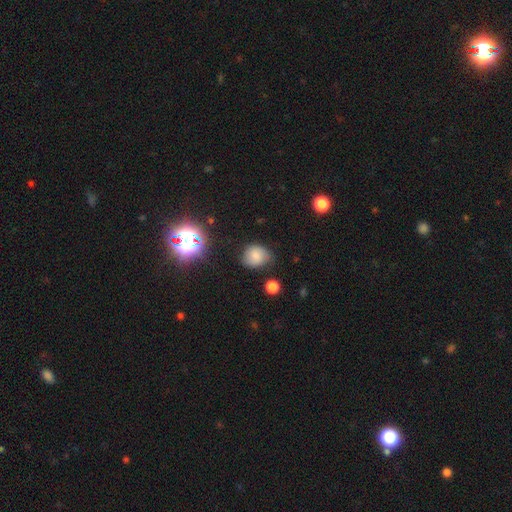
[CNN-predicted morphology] smooth_or_featured: smooth (p=0.74) [alt: star or artifact p=0.14]
how_rounded: round (p=0.58) [alt: in between p=0.41]
merging: none (p=0.67) [alt: minor disturbance p=0.26]